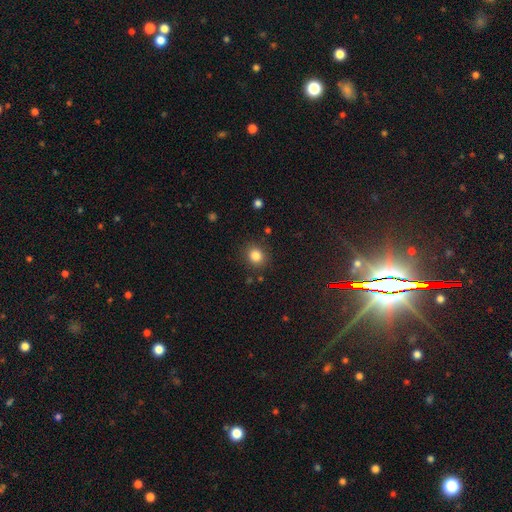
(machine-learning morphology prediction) This is clearly a smooth galaxy (84%). How rounded: likely round (79%). Merging: clearly none (86%).